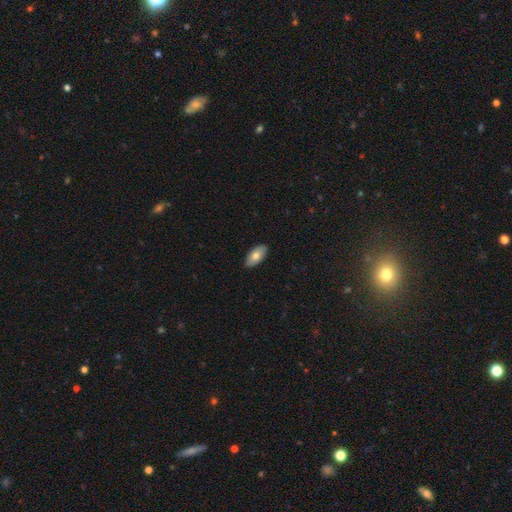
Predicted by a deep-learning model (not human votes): smooth 76%, featured or disk 18%, star or artifact 6%. Down the decision tree: how rounded — in between (94%); merging — none (89%).